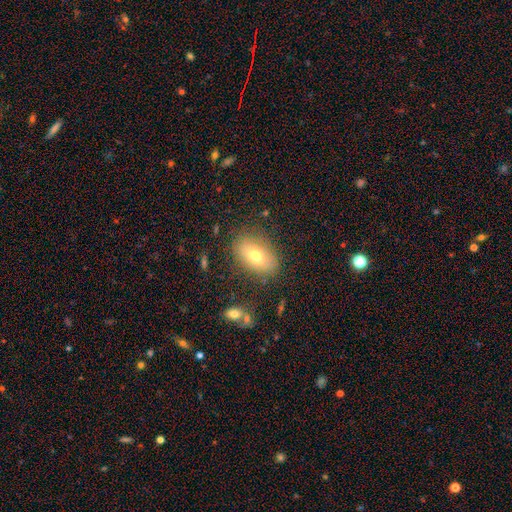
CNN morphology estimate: This is likely a smooth galaxy (70%). How rounded: clearly in between (87%). Merging: clearly none (81%).